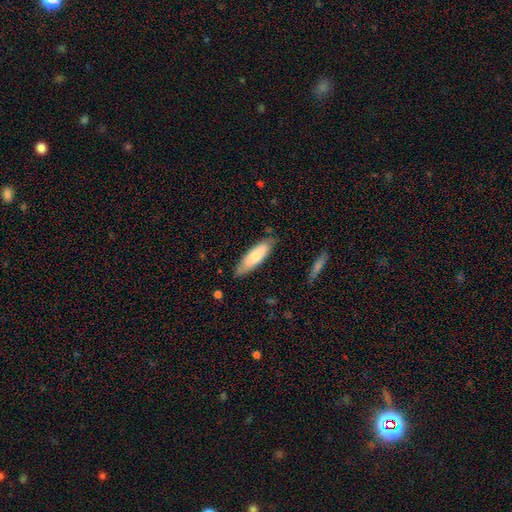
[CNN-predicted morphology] Overall: smooth (72%). How rounded: cigar-shaped (53%; in between 45%). Merging: none (80%).